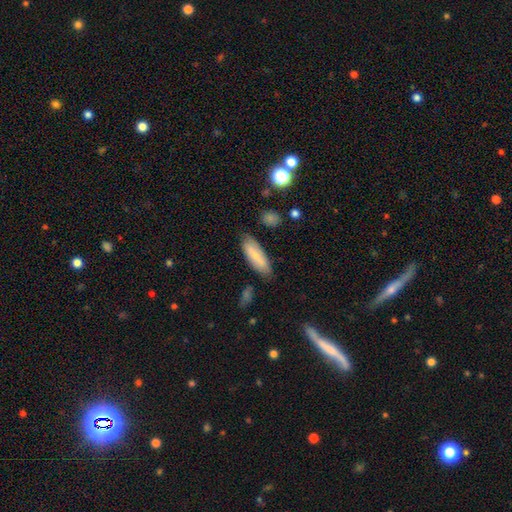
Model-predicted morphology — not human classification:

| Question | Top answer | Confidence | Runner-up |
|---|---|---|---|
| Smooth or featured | smooth | 76% | featured or disk (17%) |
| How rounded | in between | 58% | cigar-shaped (40%) |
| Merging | none | 79% | minor disturbance (15%) |